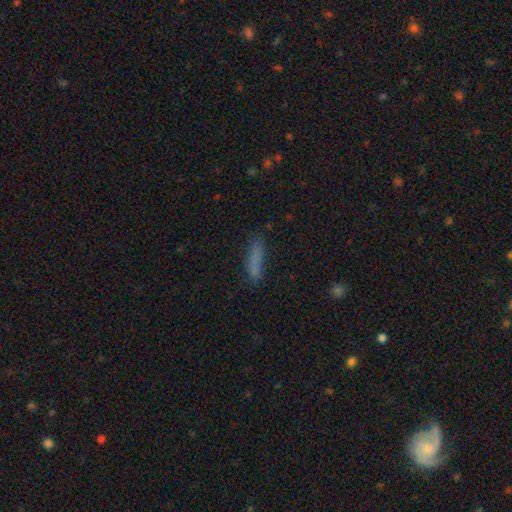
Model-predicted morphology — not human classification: A smooth galaxy with no disk features (77%) that is cigar-shaped (81%). Merging: none (73%).